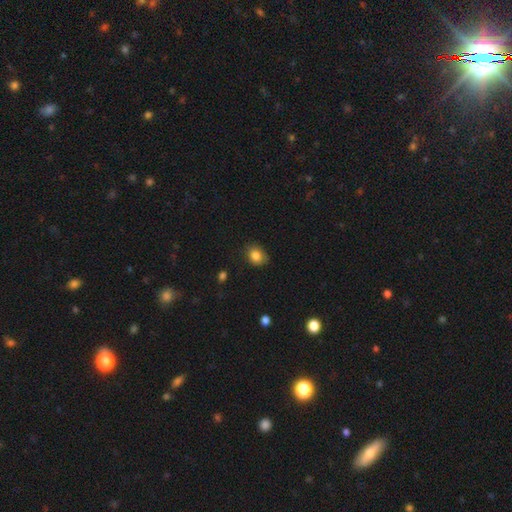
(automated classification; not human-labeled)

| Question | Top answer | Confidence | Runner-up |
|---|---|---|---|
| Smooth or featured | smooth | 84% | star or artifact (9%) |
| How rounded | in between | 53% | round (47%) |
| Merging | none | 71% | minor disturbance (22%) |